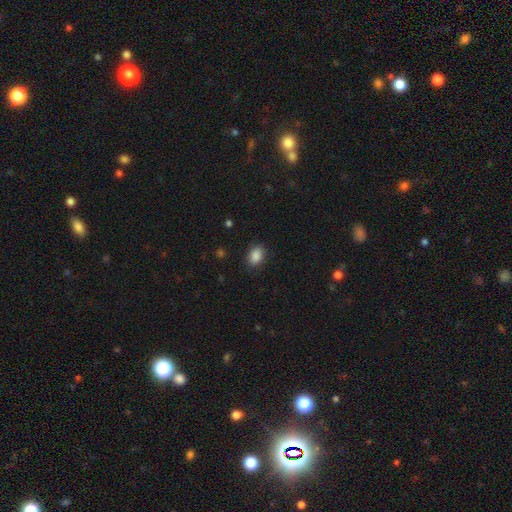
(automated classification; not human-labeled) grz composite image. It shows a smooth galaxy with no disk features (88%) that is in between round and cigar-shaped (81%). Merging: none (86%).